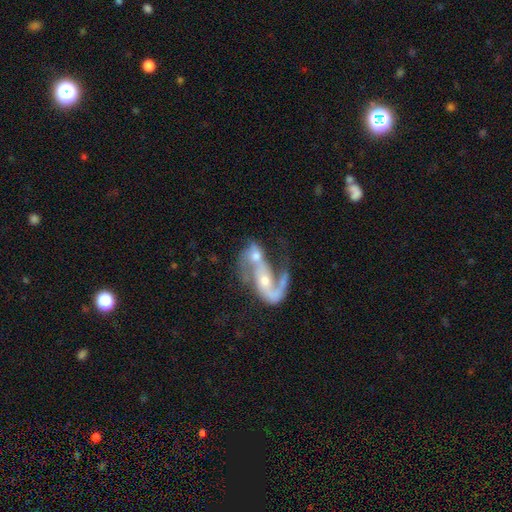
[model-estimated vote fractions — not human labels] Smooth or featured? Predicted: featured or disk (p=0.68). Edge-on disk? Predicted: no (p=0.96). Bar? Predicted: no (p=0.60). Spiral arms? Predicted: yes (p=0.73). Bulge size? Predicted: moderate (p=0.56). Merging? Predicted: merger (p=0.68).